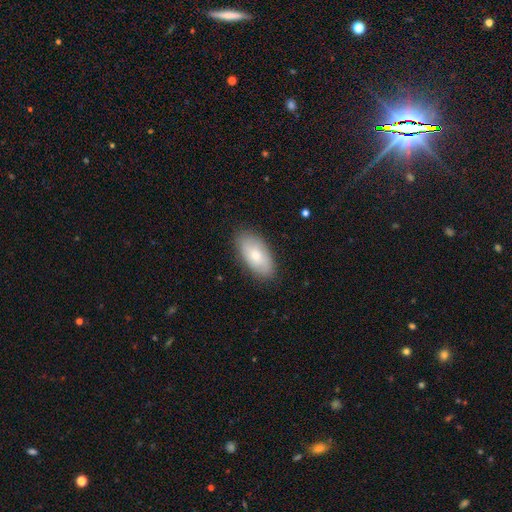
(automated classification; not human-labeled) A smooth galaxy with no disk features (71%) that is in between round and cigar-shaped (93%). Merging: none (86%).